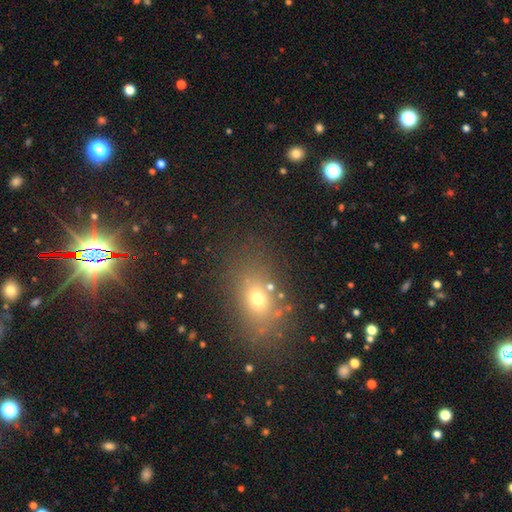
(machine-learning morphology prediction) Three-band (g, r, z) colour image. It shows a smooth galaxy with no disk features (50%) that is in between round and cigar-shaped (68%). Merging: none (78%).